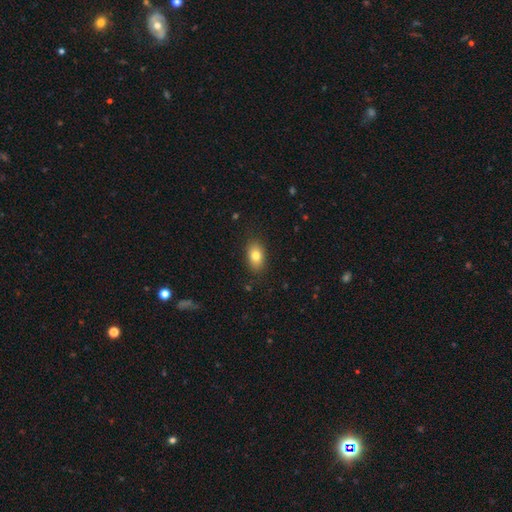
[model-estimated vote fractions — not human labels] The model was most divided on "smooth or featured": smooth: 81%, featured or disk: 11%, star or artifact: 9%. More confident: how rounded — in between (87%); merging — none (86%).